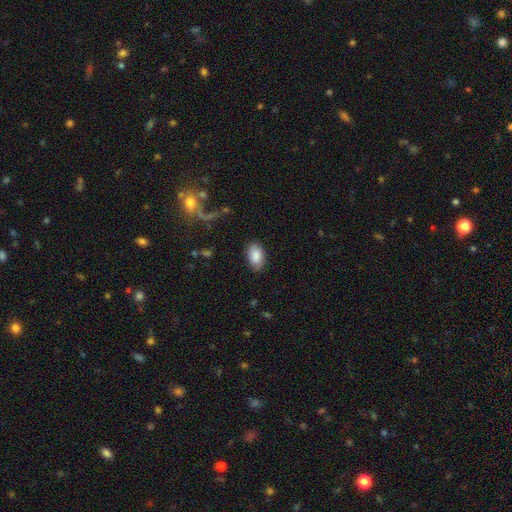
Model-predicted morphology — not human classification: smooth-or-featured: smooth: 84% | featured or disk: 9% | star or artifact: 7%
  how-rounded: in between: 94% | round: 5% | cigar-shaped: 2%
  merging: none: 80% | minor disturbance: 15% | major disturbance: 3% | merger: 1%